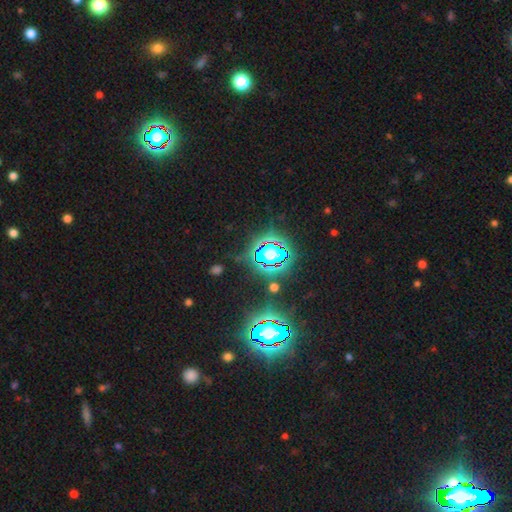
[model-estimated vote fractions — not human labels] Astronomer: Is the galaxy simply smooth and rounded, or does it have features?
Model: star or artifact — 82%.